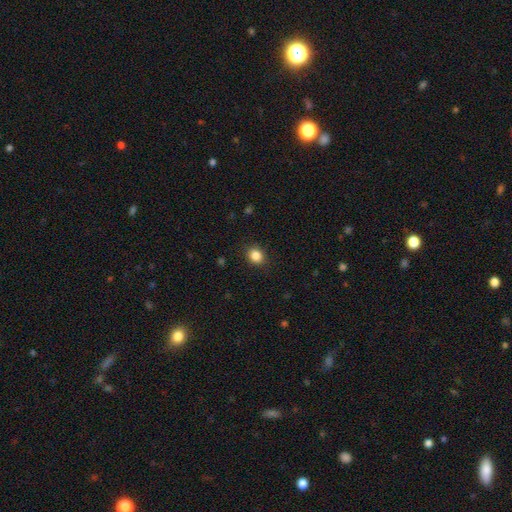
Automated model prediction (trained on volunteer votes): A smooth galaxy with no disk features (85%) that is round (70%). Merging: none (89%).